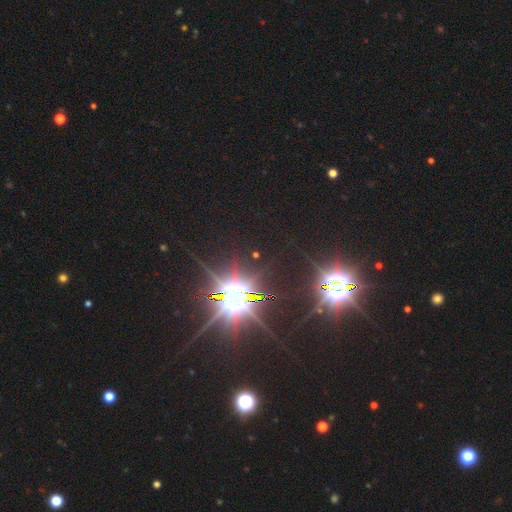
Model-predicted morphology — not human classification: Q: Smooth or featured?
A: star or artifact (84%); runner-up: featured or disk (9%)